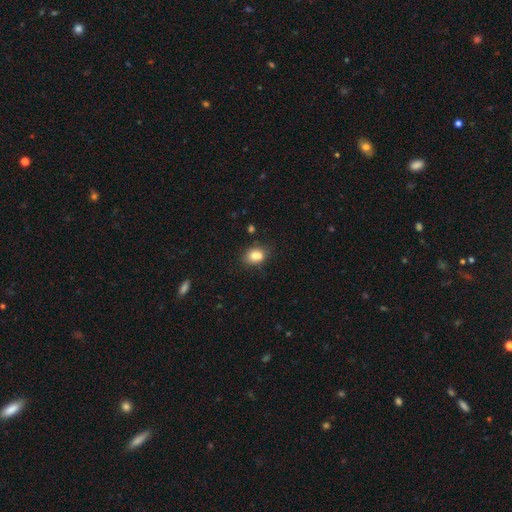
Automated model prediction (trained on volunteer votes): Overall: smooth (79%). How rounded: in between (58%; round 41%). Merging: none (54%; merger 24%).